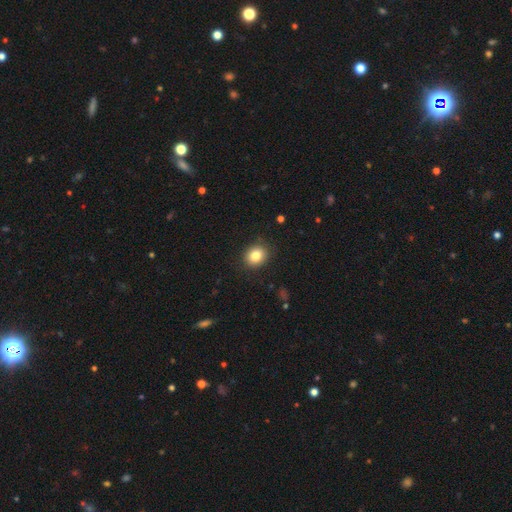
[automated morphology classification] Smooth or featured: smooth — 83% (star or artifact — 10%)
How rounded: round — 66% (in between — 33%)
Merging: none — 89% (minor disturbance — 8%)